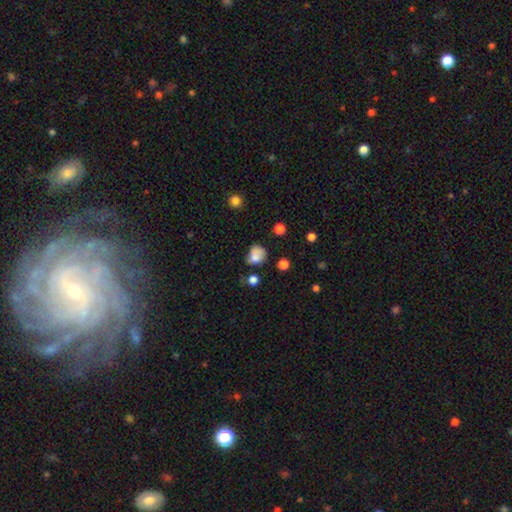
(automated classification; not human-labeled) This is likely a smooth galaxy (76%). How rounded: possibly round (55%). Merging: marginally none (41%).